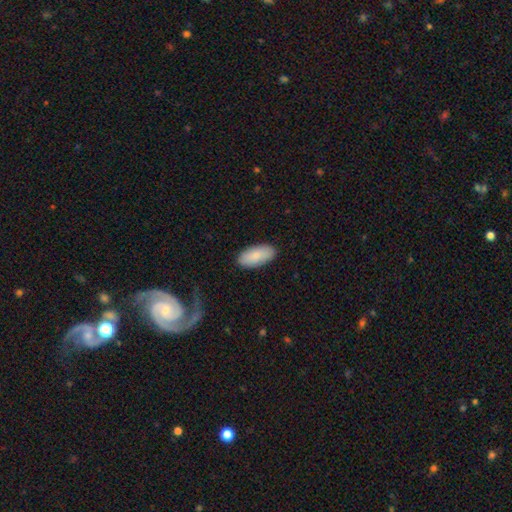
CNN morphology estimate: Smooth or featured? smooth (87%)
How rounded? in between (92%)
Merging? none (88%)